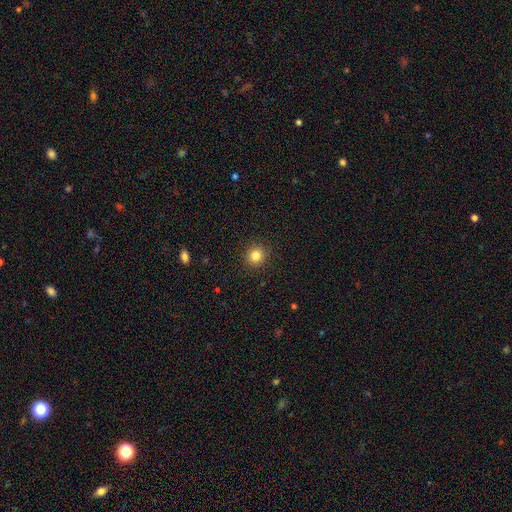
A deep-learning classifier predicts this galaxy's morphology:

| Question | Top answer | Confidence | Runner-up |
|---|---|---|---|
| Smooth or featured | smooth | 83% | star or artifact (12%) |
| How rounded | round | 91% | in between (8%) |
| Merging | none | 91% | minor disturbance (6%) |